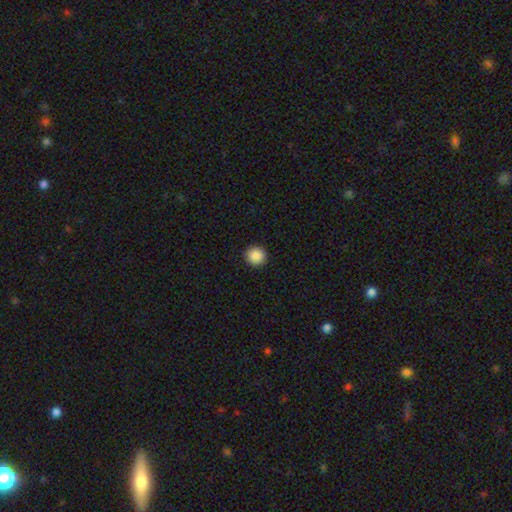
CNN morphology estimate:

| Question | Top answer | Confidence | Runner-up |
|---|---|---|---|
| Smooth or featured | smooth | 88% | star or artifact (9%) |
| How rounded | round | 94% | in between (5%) |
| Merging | none | 93% | minor disturbance (5%) |